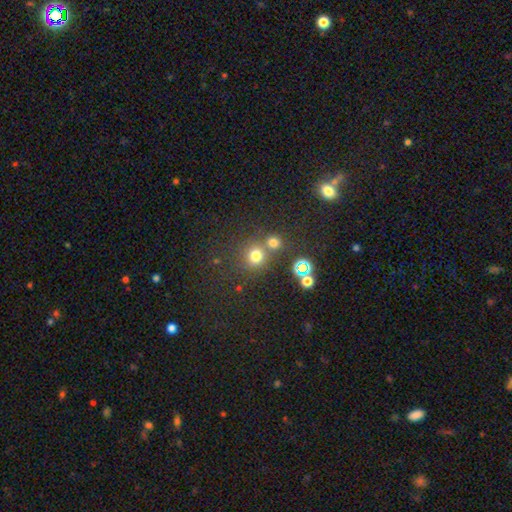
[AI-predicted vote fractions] smooth_or_featured: smooth (p=0.71) [alt: star or artifact p=0.22]
how_rounded: round (p=0.87) [alt: in between p=0.12]
merging: none (p=0.60) [alt: merger p=0.27]